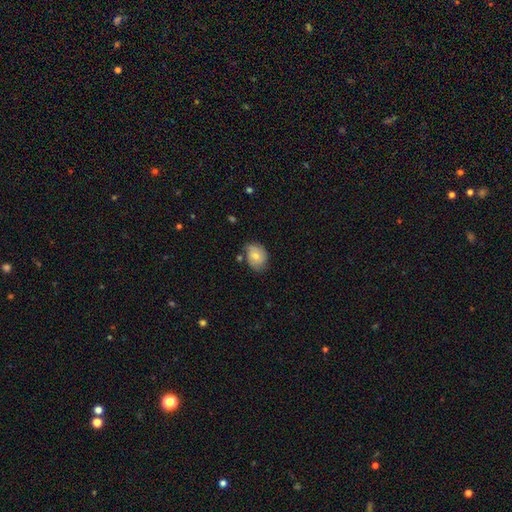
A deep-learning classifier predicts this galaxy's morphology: smooth-or-featured: smooth: 59% | featured or disk: 34% | star or artifact: 8%
  how-rounded: in between: 63% | round: 36% | cigar-shaped: 1%
  merging: none: 61% | minor disturbance: 28% | major disturbance: 6% | merger: 5%